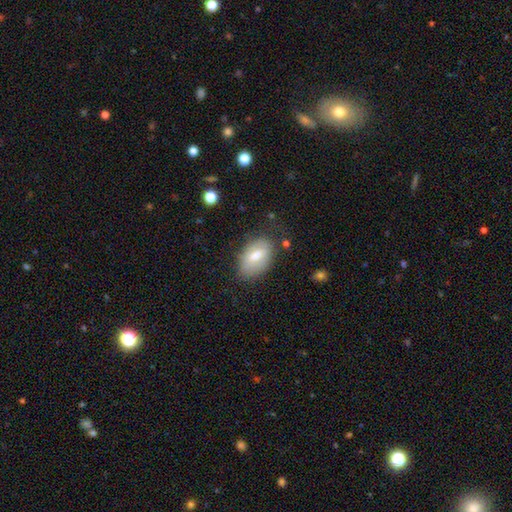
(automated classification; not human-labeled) Morphology: type=smooth (66%); roundness=in between (91%); merging=none (71%).